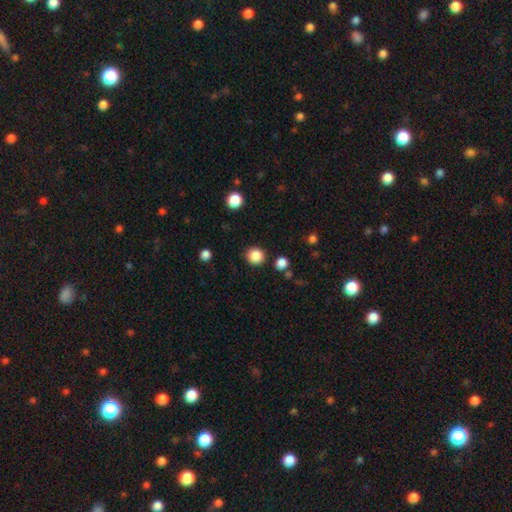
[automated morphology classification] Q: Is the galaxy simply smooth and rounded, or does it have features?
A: smooth — 86%.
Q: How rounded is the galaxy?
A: round — 90%.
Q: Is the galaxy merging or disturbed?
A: none — 88%.